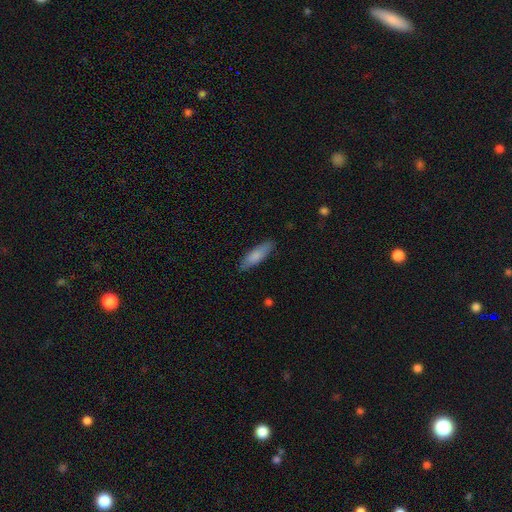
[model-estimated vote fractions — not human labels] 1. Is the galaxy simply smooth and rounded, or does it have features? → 81% smooth, 13% featured or disk, 6% star or artifact.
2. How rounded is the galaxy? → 55% cigar-shaped, 43% in between, 2% round.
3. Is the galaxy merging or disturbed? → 86% none, 11% minor disturbance, 2% major disturbance, 1% merger.